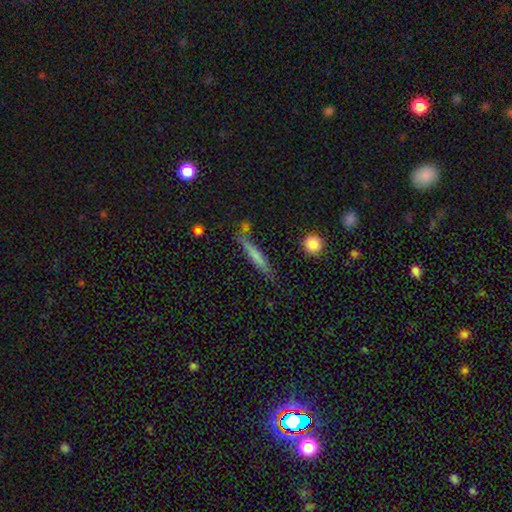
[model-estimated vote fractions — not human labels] Smooth or featured? Predicted: smooth (p=0.61). How rounded? Predicted: cigar-shaped (p=0.92). Merging? Predicted: none (p=0.74).